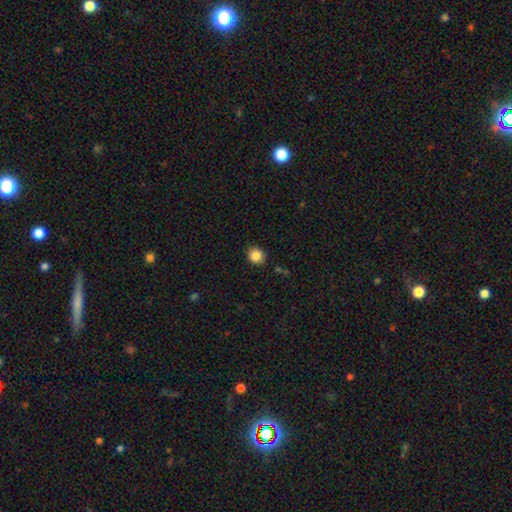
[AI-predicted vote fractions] Smooth or featured? smooth (86%)
How rounded? round (76%)
Merging? none (88%)